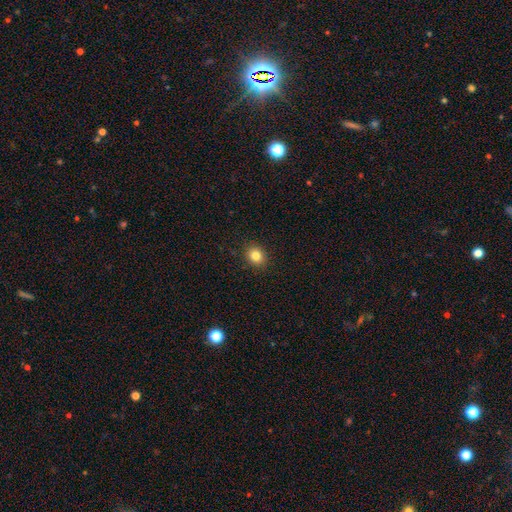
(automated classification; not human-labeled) Morphology: type=smooth (82%); roundness=round (66%); merging=none (90%).